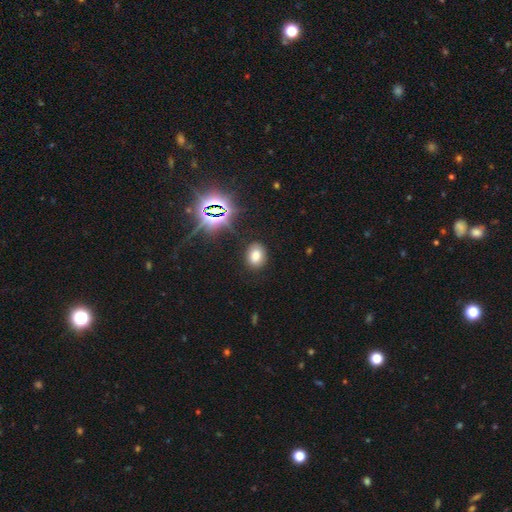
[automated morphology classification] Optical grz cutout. It shows a smooth galaxy with no disk features (73%) that is in between round and cigar-shaped (60%). Merging: none (85%).